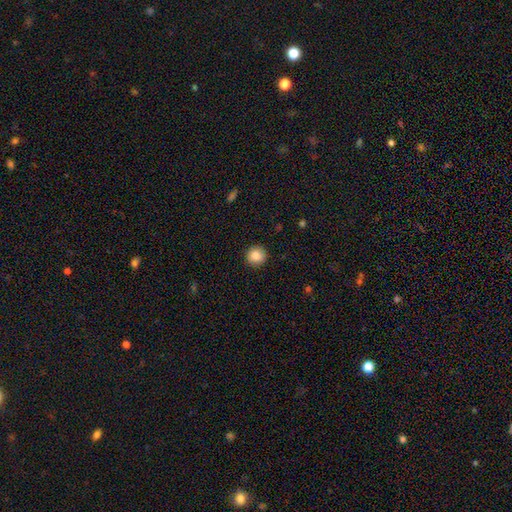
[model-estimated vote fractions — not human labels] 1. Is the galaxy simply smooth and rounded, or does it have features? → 86% smooth, 9% star or artifact, 5% featured or disk.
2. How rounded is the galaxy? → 93% round, 6% in between, 1% cigar-shaped.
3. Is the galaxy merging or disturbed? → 91% none, 6% minor disturbance, 2% major disturbance, 1% merger.